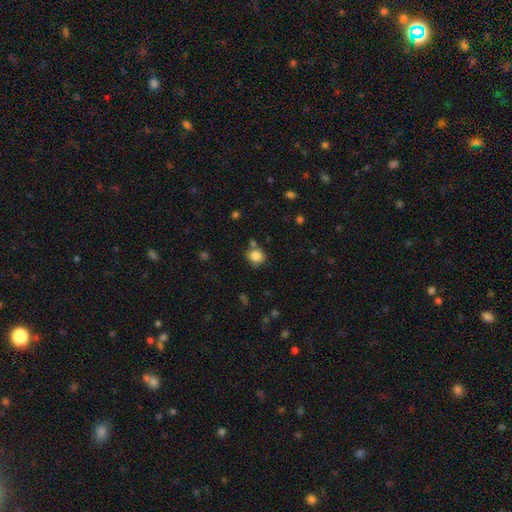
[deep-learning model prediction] This appears to be a smooth galaxy with no disk features (83%) that is round (81%). Merging: none (69%).